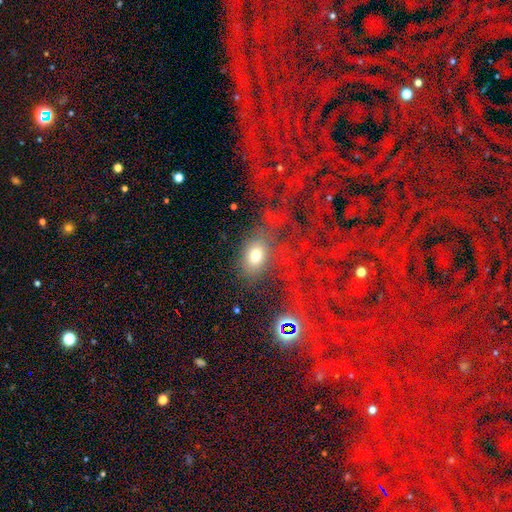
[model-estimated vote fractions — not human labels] Morphology: type=smooth (65%); roundness=in between (76%); merging=none (53%).